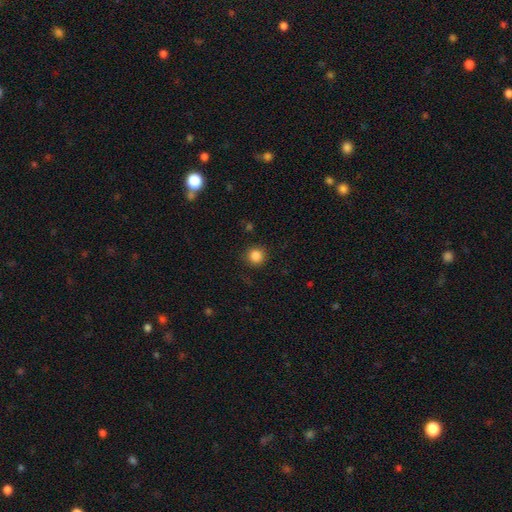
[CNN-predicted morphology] type=smooth (85%); roundness=round (92%); merging=none (89%).